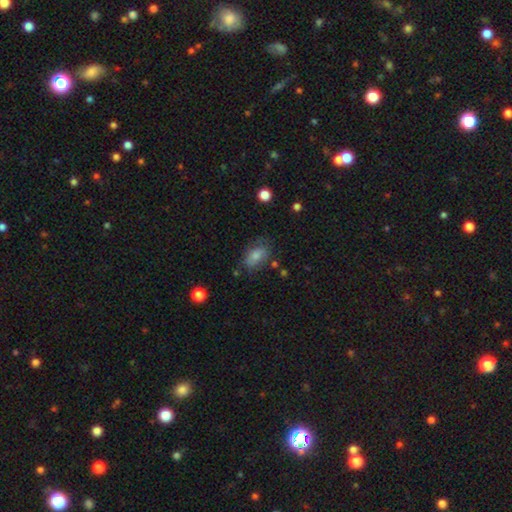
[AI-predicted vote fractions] Smooth or featured? Predicted: smooth (p=0.76). How rounded? Predicted: in between (p=0.86). Merging? Predicted: none (p=0.60).